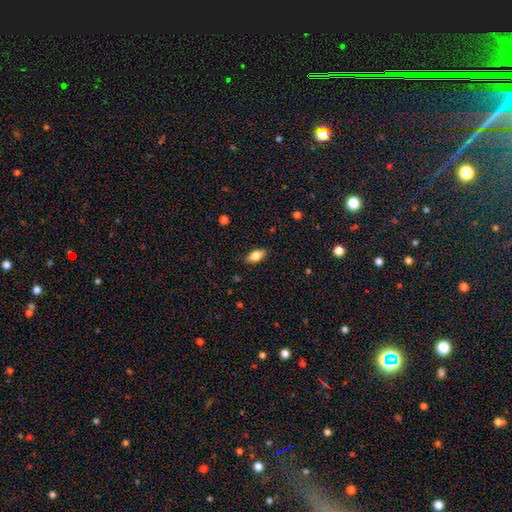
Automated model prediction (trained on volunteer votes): This appears to be a smooth galaxy with no disk features (73%) that is in between round and cigar-shaped (83%). Merging: none (86%).